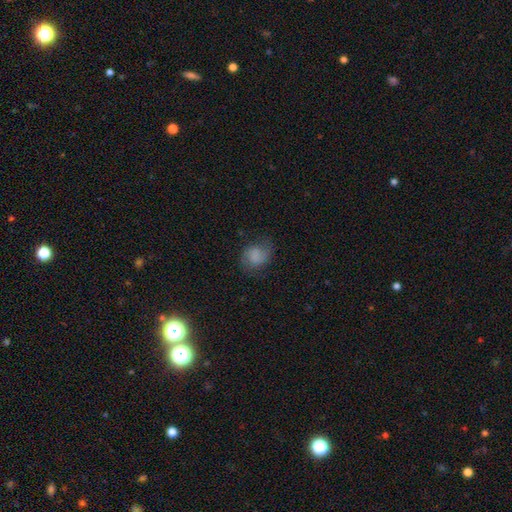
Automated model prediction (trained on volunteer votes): smooth_or_featured: smooth (p=0.67) [alt: featured or disk p=0.22]
how_rounded: round (p=0.56) [alt: in between p=0.43]
merging: none (p=0.67) [alt: minor disturbance p=0.22]